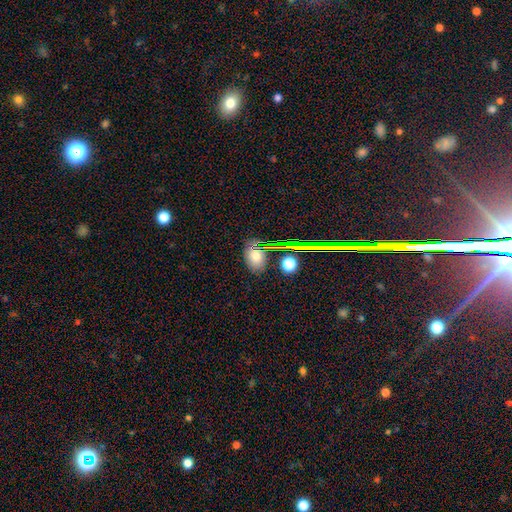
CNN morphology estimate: A smooth galaxy with no disk features (70%) that is in between round and cigar-shaped (78%). Merging: none (78%).